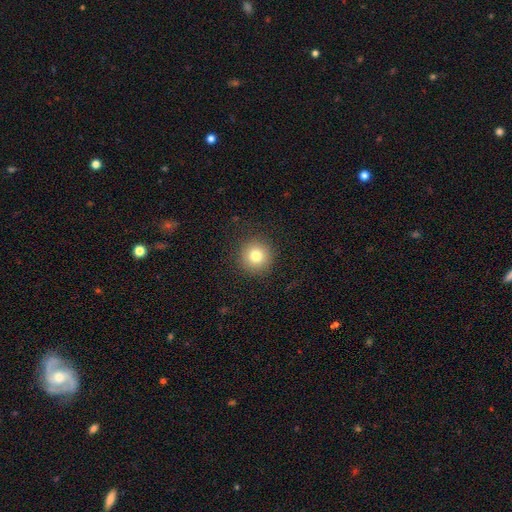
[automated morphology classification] Q: Smooth or featured?
A: smooth (80%); runner-up: star or artifact (11%)
Q: How rounded?
A: round (94%); runner-up: in between (5%)
Q: Merging?
A: none (90%); runner-up: minor disturbance (6%)